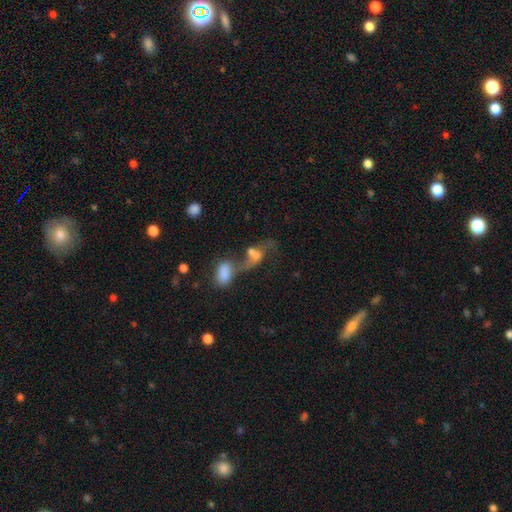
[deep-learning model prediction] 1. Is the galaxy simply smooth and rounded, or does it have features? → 47% featured or disk, 38% smooth, 15% star or artifact.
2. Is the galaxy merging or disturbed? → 55% merger, 21% none, 14% major disturbance, 10% minor disturbance.